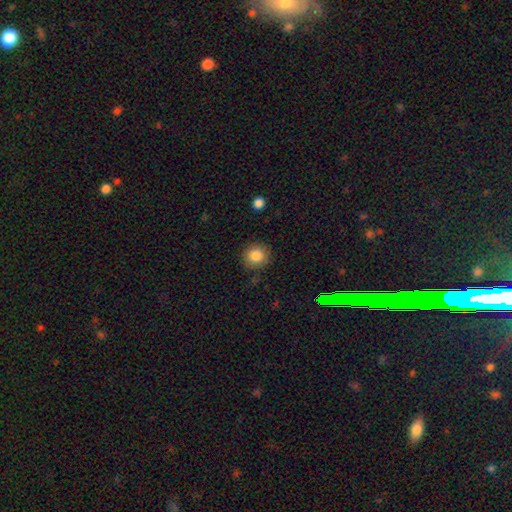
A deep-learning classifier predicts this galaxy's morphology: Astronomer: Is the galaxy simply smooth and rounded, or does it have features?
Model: smooth — 84%.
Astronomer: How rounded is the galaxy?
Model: round — 91%.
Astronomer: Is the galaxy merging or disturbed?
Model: none — 87%.